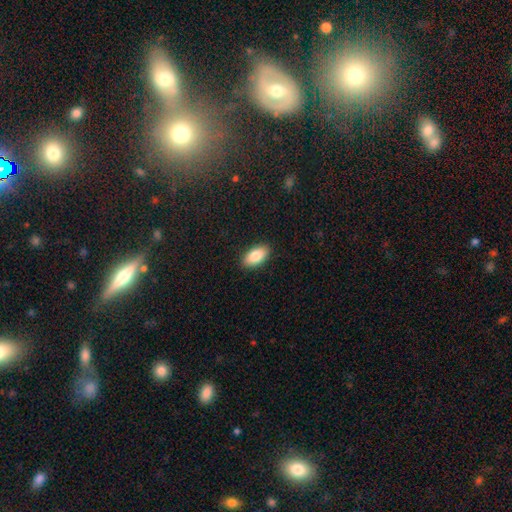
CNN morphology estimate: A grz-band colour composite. It shows a smooth galaxy with no disk features (86%) that is in between round and cigar-shaped (94%). Merging: none (90%).